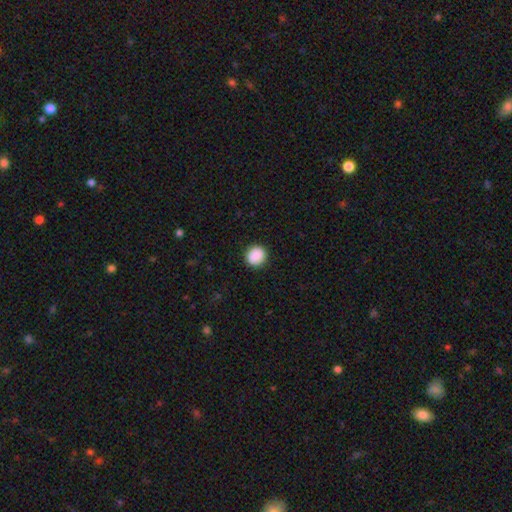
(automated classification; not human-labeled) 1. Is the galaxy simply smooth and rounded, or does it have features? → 90% smooth, 8% star or artifact, 2% featured or disk.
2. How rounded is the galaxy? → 86% round, 14% in between, 1% cigar-shaped.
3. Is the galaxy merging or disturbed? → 91% none, 6% minor disturbance, 2% major disturbance, 1% merger.